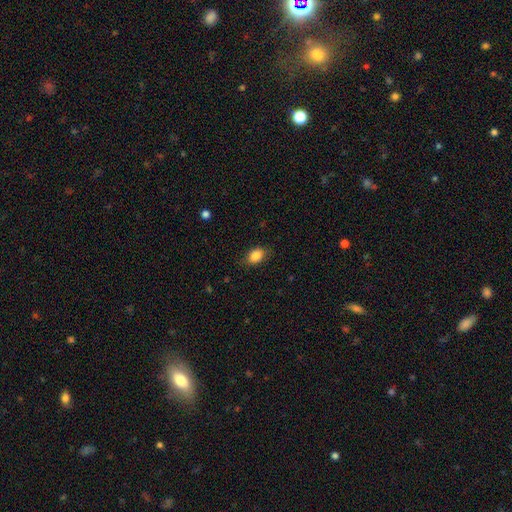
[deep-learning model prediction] Smooth or featured? smooth (86%)
How rounded? in between (79%)
Merging? none (82%)